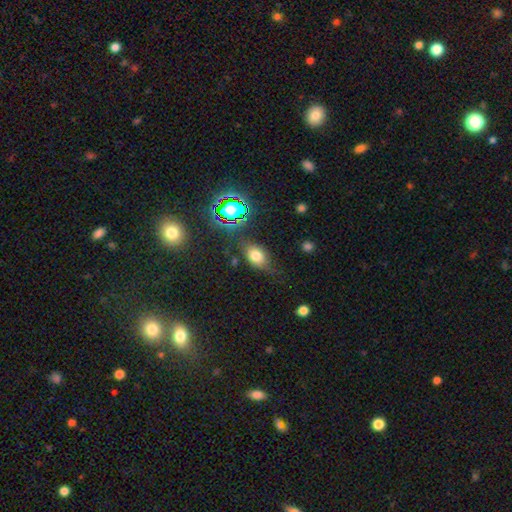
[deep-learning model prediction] smooth 71%, star or artifact 16%, featured or disk 13%. Down the decision tree: how rounded — in between (78%); merging — none (68%).